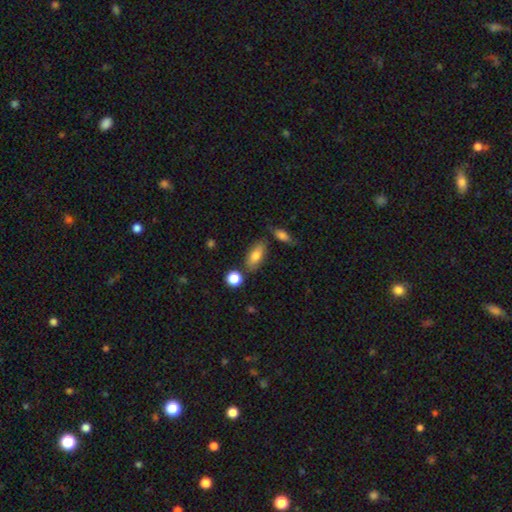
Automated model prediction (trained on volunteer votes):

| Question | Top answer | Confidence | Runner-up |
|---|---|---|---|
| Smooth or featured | smooth | 76% | featured or disk (16%) |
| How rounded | in between | 80% | cigar-shaped (15%) |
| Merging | none | 75% | minor disturbance (14%) |